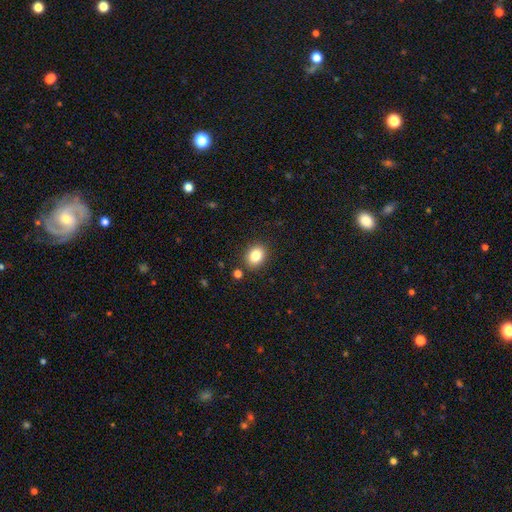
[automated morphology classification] Q: Smooth or featured?
A: smooth (84%); runner-up: star or artifact (10%)
Q: How rounded?
A: in between (50%); runner-up: round (49%)
Q: Merging?
A: none (87%); runner-up: minor disturbance (8%)